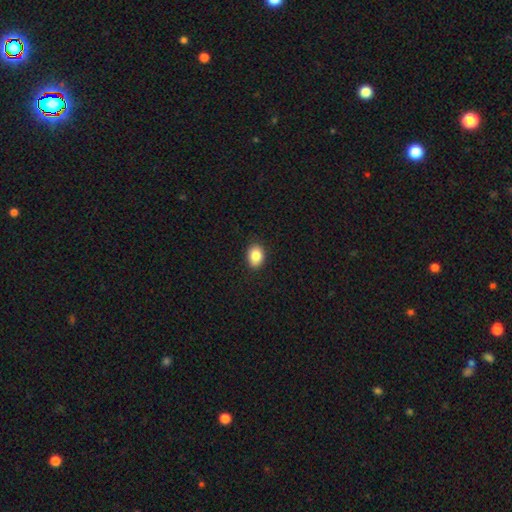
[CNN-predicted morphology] smooth-or-featured: smooth: 85% | star or artifact: 9% | featured or disk: 7%
  how-rounded: in between: 73% | round: 26% | cigar-shaped: 1%
  merging: none: 88% | minor disturbance: 9% | major disturbance: 2% | merger: 1%